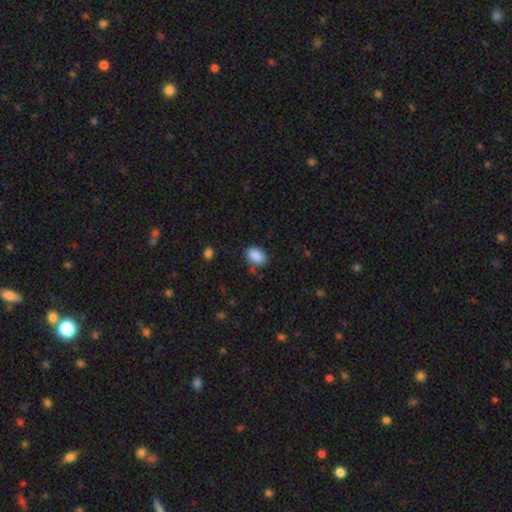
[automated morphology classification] Overall: smooth (89%). How rounded: in between (88%). Merging: none (80%).